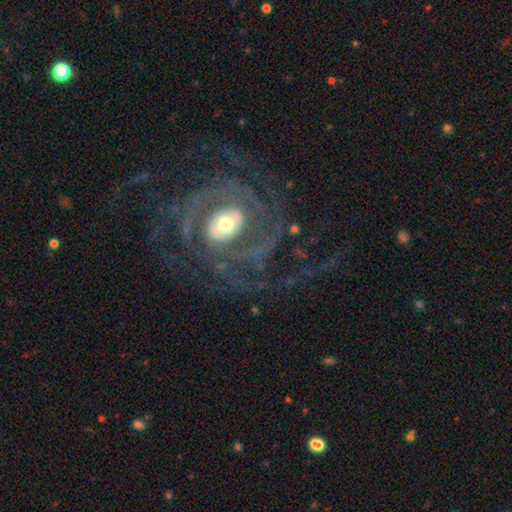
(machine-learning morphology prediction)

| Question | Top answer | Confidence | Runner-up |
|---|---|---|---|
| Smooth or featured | featured or disk | 90% | star or artifact (6%) |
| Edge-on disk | no | 98% | yes (2%) |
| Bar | no | 52% | weak (31%) |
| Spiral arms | yes | 97% | no (3%) |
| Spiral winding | tight | 55% | medium (35%) |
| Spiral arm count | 2 | 25% | 3 (22%) |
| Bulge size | moderate | 58% | small (29%) |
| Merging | none | 68% | major disturbance (17%) |